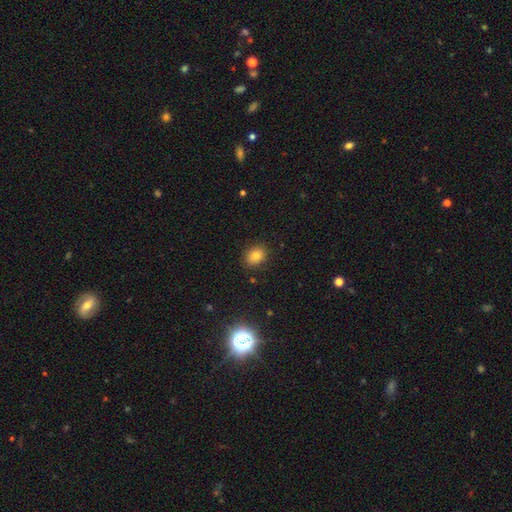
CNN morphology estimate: This is likely a smooth galaxy (79%). How rounded: possibly in between (53%). Merging: clearly none (86%).